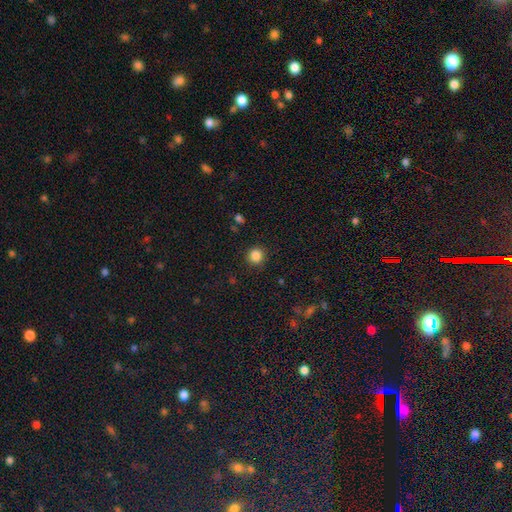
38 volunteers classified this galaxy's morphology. Overall: smooth (95%). How rounded: round (97%). Merging: none (95%).